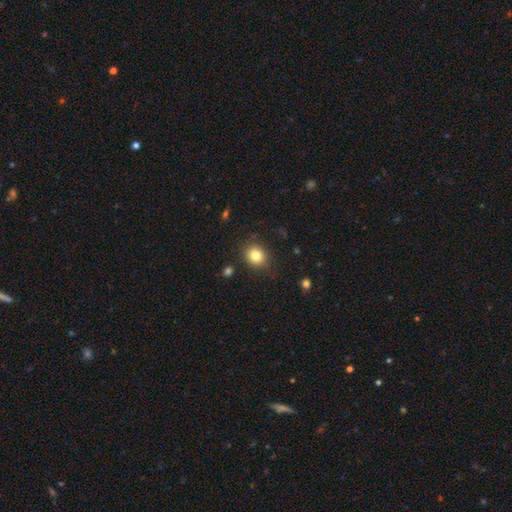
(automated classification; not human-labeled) Smooth or featured?
  - smooth: 82% *
  - star or artifact: 11%
  - featured or disk: 8%
How rounded?
  - round: 65% *
  - in between: 34%
  - cigar-shaped: 1%
Merging?
  - none: 86% *
  - minor disturbance: 10%
  - major disturbance: 3%
  - merger: 2%